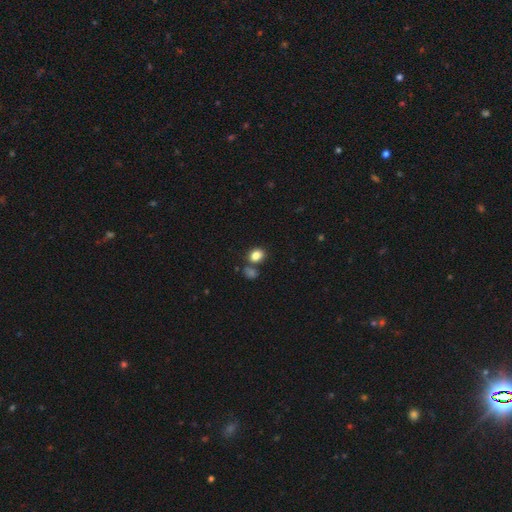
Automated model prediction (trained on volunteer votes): smooth_or_featured: smooth (p=0.84) [alt: star or artifact p=0.10]
how_rounded: in between (p=0.53) [alt: round p=0.46]
merging: none (p=0.68) [alt: merger p=0.17]